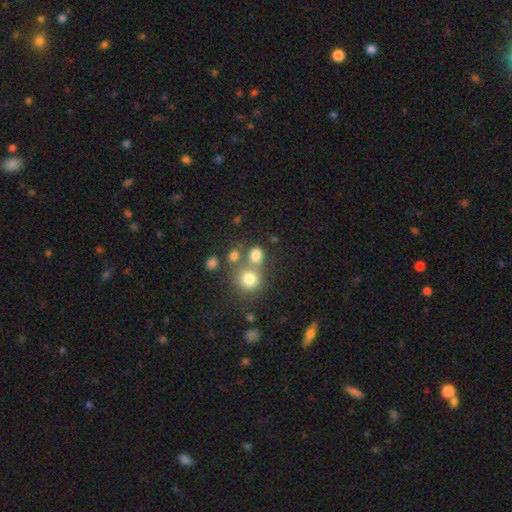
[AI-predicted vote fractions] Smooth or featured? smooth (77%)
How rounded? round (77%)
Merging? none (55%)